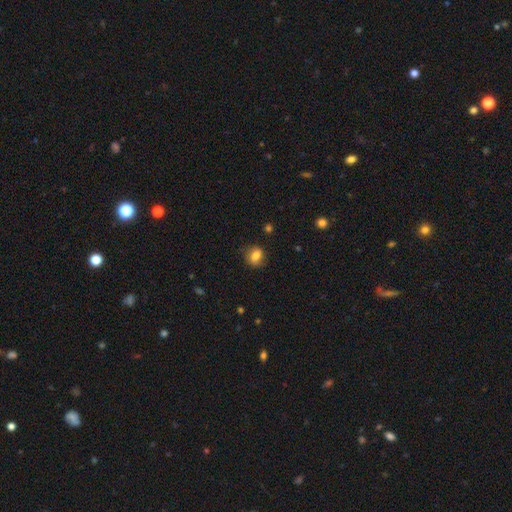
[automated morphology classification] Overall: smooth (74%). How rounded: round (55%; in between 44%). Merging: none (78%).